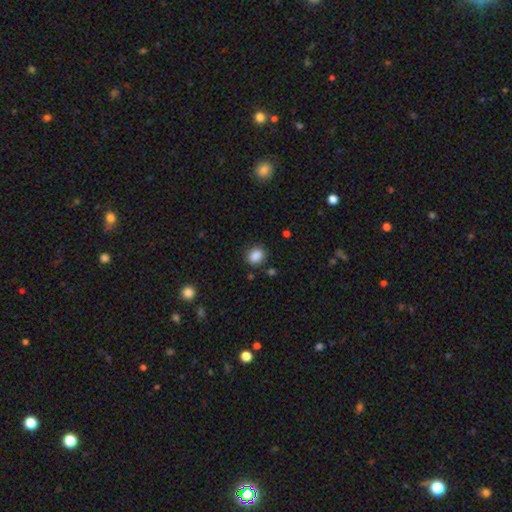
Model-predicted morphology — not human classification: A smooth galaxy with no disk features (87%) that is round (53%).

Vote fractions:
- Smooth or featured? smooth: 87% / star or artifact: 10% / featured or disk: 4%
- How rounded? round: 53% / in between: 46% / cigar-shaped: 1%
- Merging? none: 82% / minor disturbance: 12% / major disturbance: 3% / merger: 3%